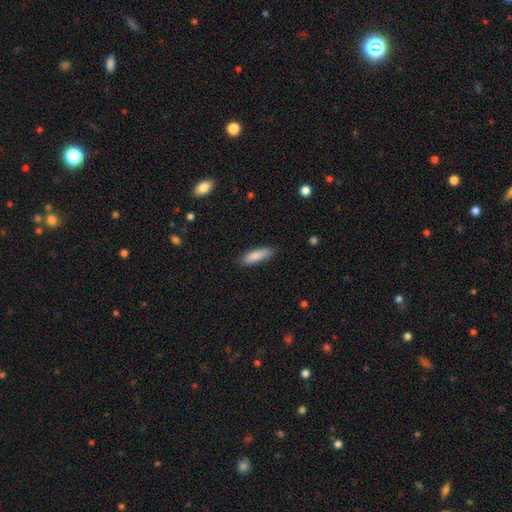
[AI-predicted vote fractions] Overall: smooth (86%). How rounded: cigar-shaped (53%; in between 46%). Merging: none (83%).